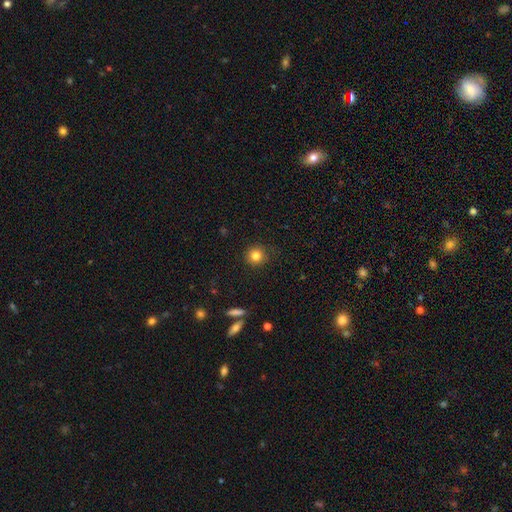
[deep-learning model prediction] Morphology: type=smooth (82%); roundness=round (93%); merging=none (88%).